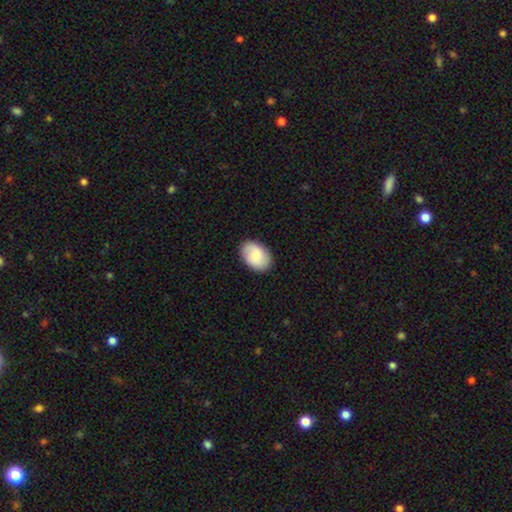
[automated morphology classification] Overall: smooth (74%). How rounded: in between (85%). Merging: none (87%).